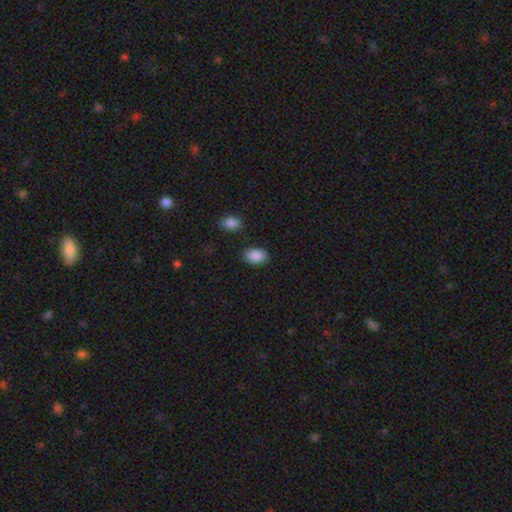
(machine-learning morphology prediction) Q: Smooth or featured?
A: smooth (89%); runner-up: star or artifact (7%)
Q: How rounded?
A: in between (87%); runner-up: round (12%)
Q: Merging?
A: none (85%); runner-up: minor disturbance (10%)